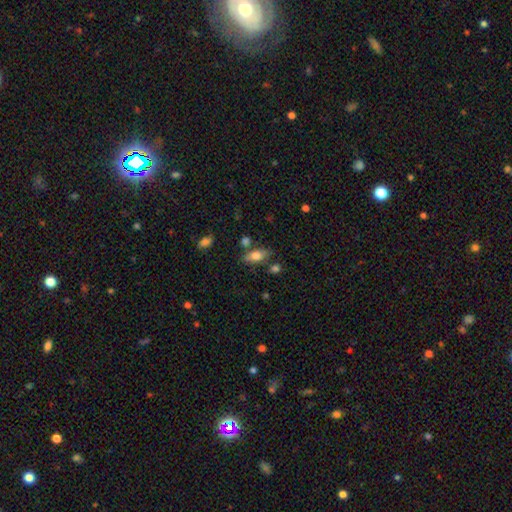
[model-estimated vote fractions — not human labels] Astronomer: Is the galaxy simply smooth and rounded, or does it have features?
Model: smooth — 73%.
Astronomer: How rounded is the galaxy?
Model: in between — 83%.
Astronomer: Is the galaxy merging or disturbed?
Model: none — 69%.